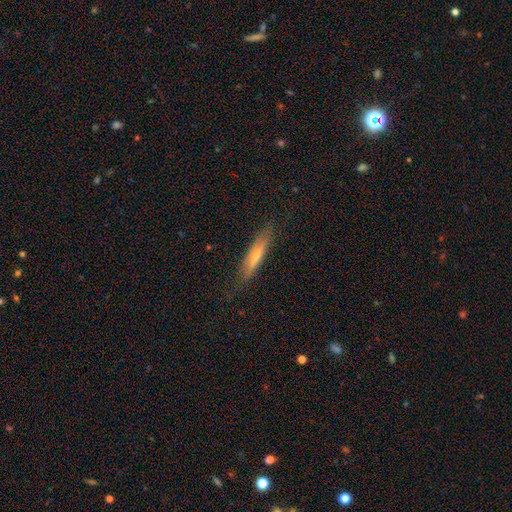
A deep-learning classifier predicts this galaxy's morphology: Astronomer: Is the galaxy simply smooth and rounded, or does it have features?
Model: smooth — 52% (runner-up: featured or disk, 41%).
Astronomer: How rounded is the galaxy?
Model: cigar-shaped — 87%.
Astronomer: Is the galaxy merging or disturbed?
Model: none — 82%.